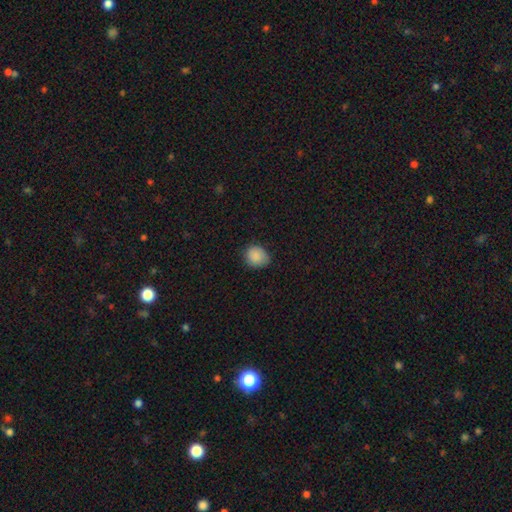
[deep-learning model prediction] This is clearly a smooth galaxy (87%). How rounded: likely round (74%). Merging: likely none (75%).